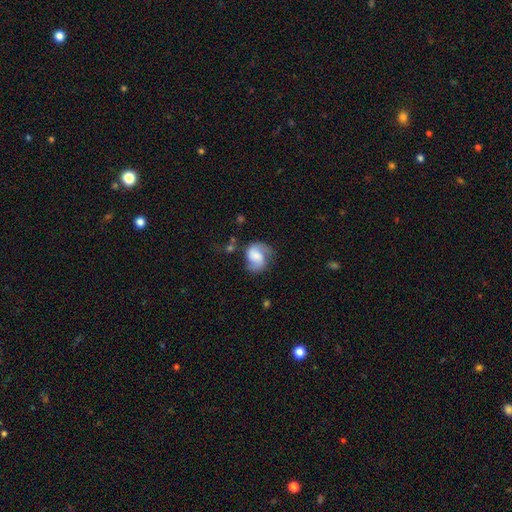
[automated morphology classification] This is possibly a featured or disk galaxy (59%). It is clearly not viewed edge-on (98%). Bar: possibly no (49%). Spiral arm pattern: clearly yes (89%). Spiral arm count: likely 2 (79%). Spiral winding: marginally medium (45%). Central bulge: marginally moderate (31%). Merging: possibly none (56%).